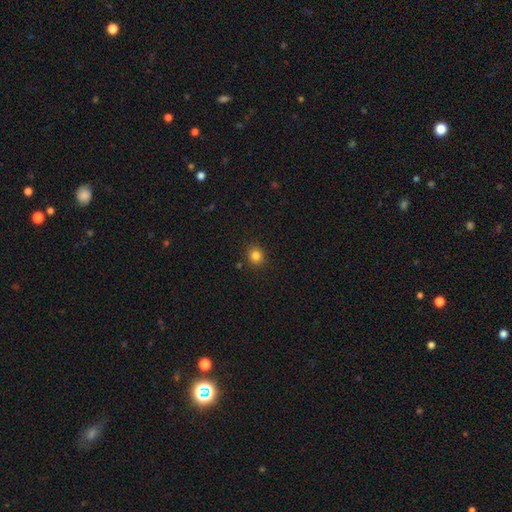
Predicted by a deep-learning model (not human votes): smooth 82%, star or artifact 13%, featured or disk 5%. Down the decision tree: how rounded — round (85%); merging — none (89%).